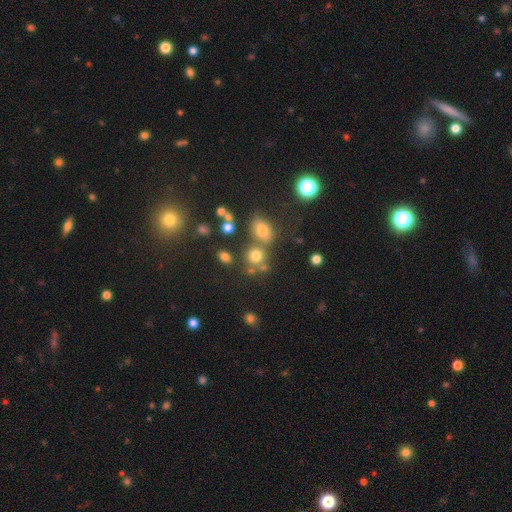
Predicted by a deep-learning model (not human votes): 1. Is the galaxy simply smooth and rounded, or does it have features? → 72% smooth, 18% star or artifact, 10% featured or disk.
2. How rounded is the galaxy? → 78% round, 20% in between, 1% cigar-shaped.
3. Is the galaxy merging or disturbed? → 58% none, 25% merger, 11% minor disturbance, 5% major disturbance.